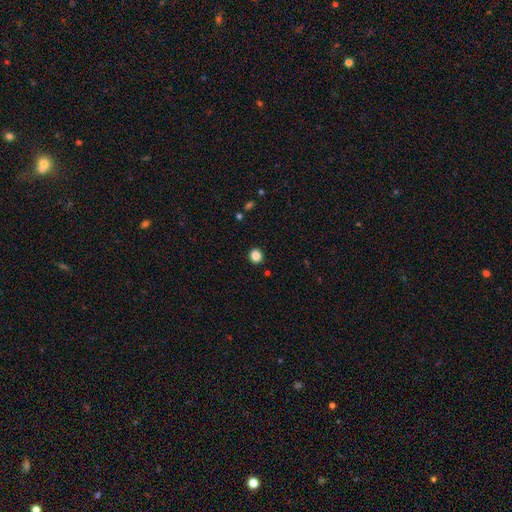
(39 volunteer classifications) Volunteers were most divided on "how rounded": round: 81%, in between: 19%, cigar-shaped: 0%. More confident: merging — none (94%); smooth or featured — smooth (82%).